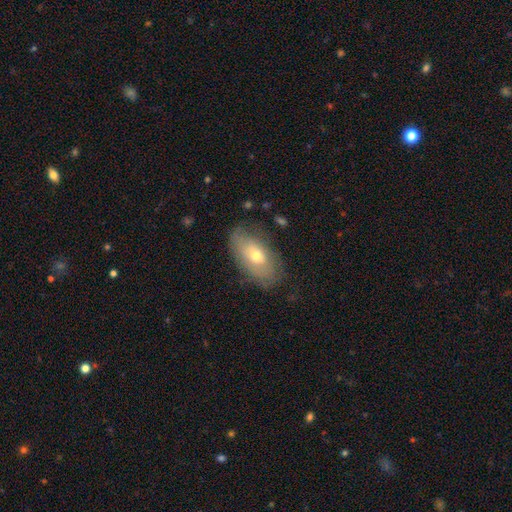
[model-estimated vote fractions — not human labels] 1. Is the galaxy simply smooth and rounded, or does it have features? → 57% smooth, 35% featured or disk, 8% star or artifact.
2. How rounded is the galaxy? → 91% in between, 6% round, 4% cigar-shaped.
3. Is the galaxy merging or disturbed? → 69% none, 23% minor disturbance, 7% major disturbance, 1% merger.